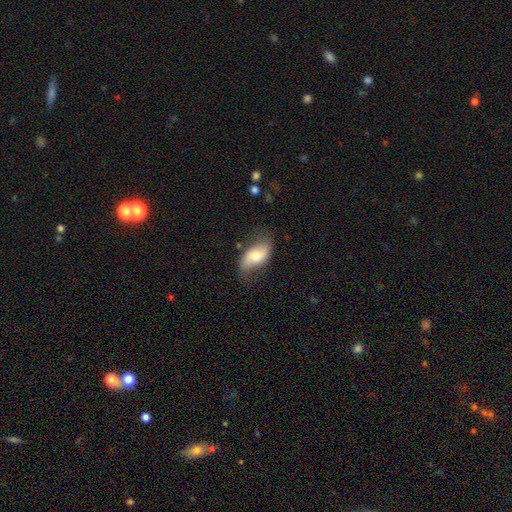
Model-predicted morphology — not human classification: type=smooth (50%); roundness=in between (90%); merging=none (63%).